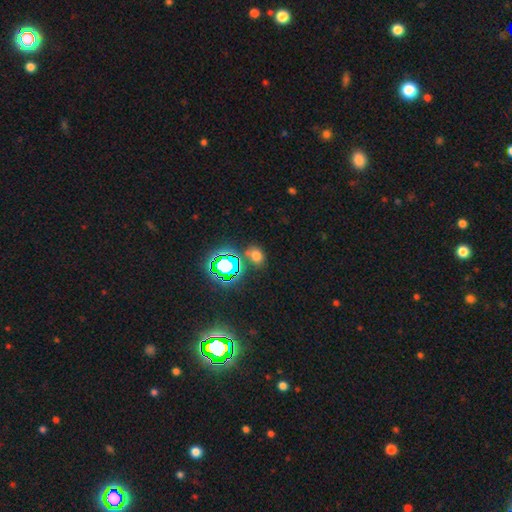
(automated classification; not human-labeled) A smooth galaxy with no disk features (59%) that is in between round and cigar-shaped (54%). Merging: none (72%).